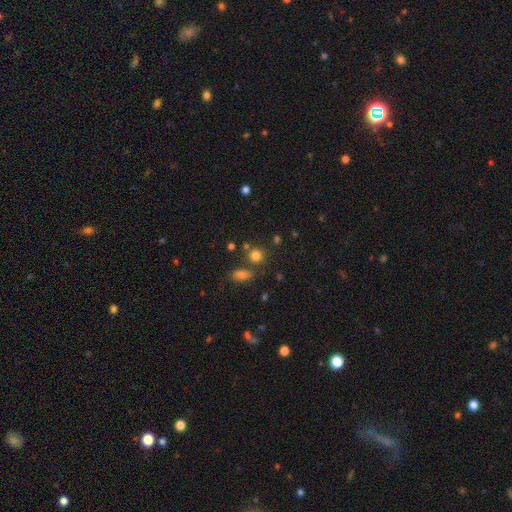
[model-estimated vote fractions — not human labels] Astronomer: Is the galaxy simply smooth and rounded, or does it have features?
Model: smooth — 78%.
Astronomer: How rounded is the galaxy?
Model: round — 82%.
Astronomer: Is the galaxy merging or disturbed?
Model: none — 71%.